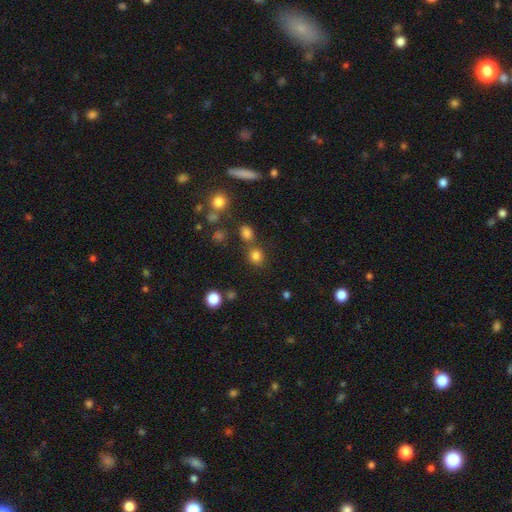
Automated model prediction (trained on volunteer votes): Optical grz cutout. It shows a smooth galaxy with no disk features (79%) that is round (86%). Merging: none (71%).